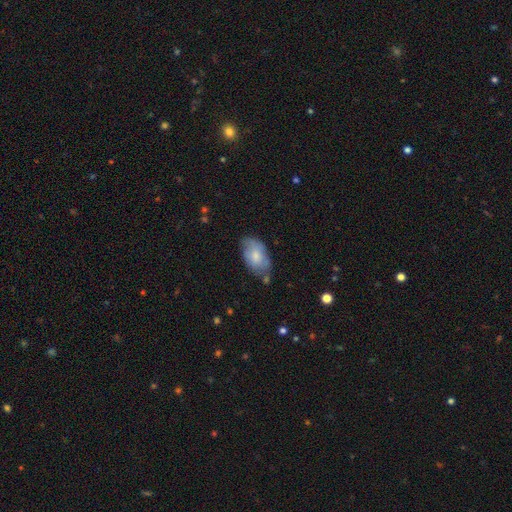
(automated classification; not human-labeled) This appears to be a smooth galaxy with no disk features (69%) that is in between round and cigar-shaped (93%). Merging: none (58%).